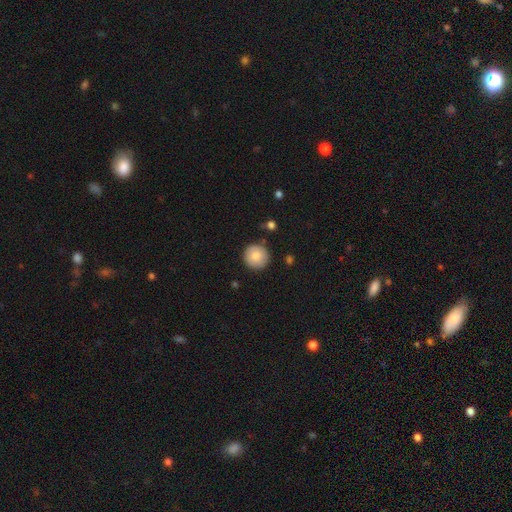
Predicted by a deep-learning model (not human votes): smooth-or-featured: smooth: 83% | featured or disk: 9% | star or artifact: 8%
  how-rounded: round: 95% | in between: 4% | cigar-shaped: 1%
  merging: none: 88% | minor disturbance: 9% | major disturbance: 2% | merger: 2%